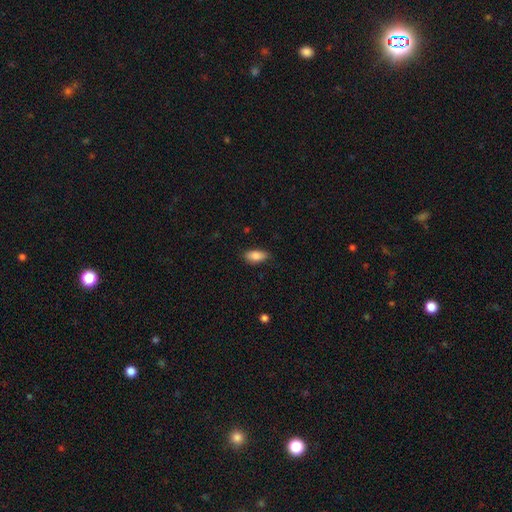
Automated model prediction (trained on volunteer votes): smooth_or_featured: smooth (p=0.84) [alt: featured or disk p=0.09]
how_rounded: in between (p=0.86) [alt: cigar-shaped p=0.12]
merging: none (p=0.83) [alt: minor disturbance p=0.14]